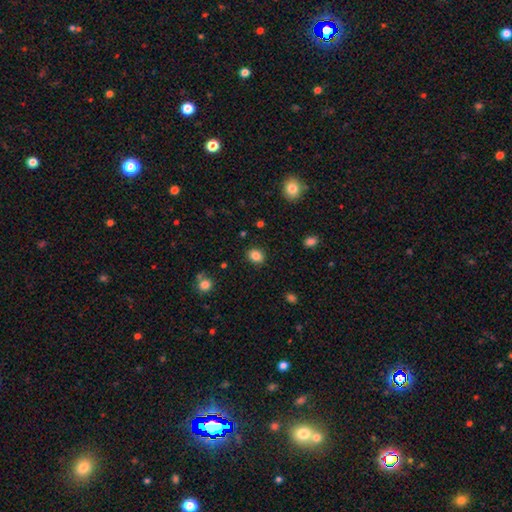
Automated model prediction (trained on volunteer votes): Overall: smooth (85%). How rounded: in between (56%; round 43%). Merging: none (87%).